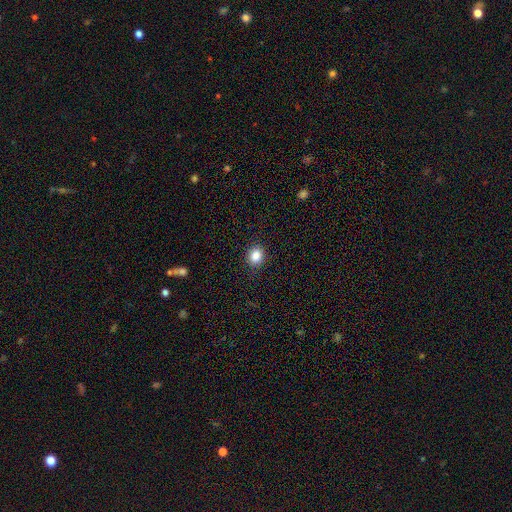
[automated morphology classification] type=smooth (85%); roundness=round (63%); merging=none (90%).